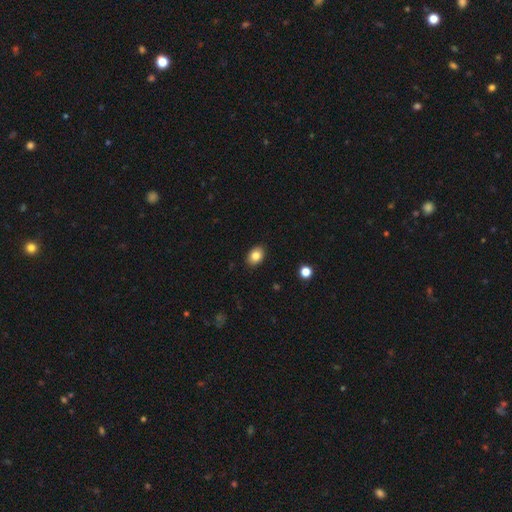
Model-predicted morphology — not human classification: Smooth or featured: smooth — 84% (star or artifact — 9%)
How rounded: in between — 77% (round — 21%)
Merging: none — 89% (minor disturbance — 8%)